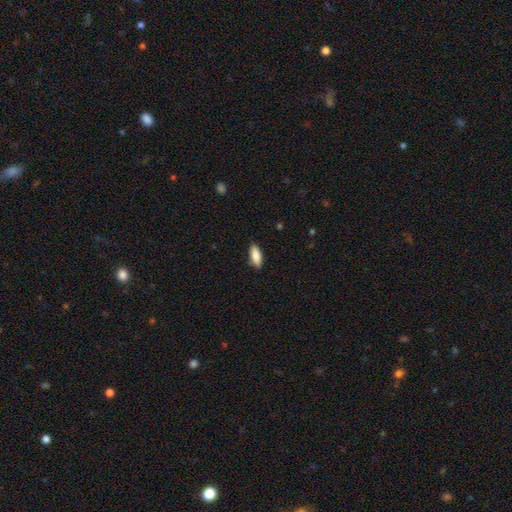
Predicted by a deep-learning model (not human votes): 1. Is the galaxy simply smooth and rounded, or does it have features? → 86% smooth, 8% featured or disk, 6% star or artifact.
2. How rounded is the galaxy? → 76% in between, 22% cigar-shaped, 2% round.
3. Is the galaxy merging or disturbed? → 87% none, 10% minor disturbance, 2% major disturbance, 1% merger.